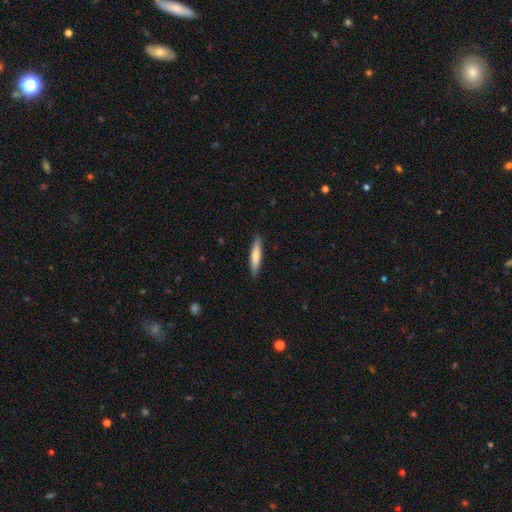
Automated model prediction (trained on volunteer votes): The model was most divided on "smooth or featured": smooth: 70%, featured or disk: 25%, star or artifact: 5%. More confident: merging — none (89%); how rounded — cigar-shaped (87%).